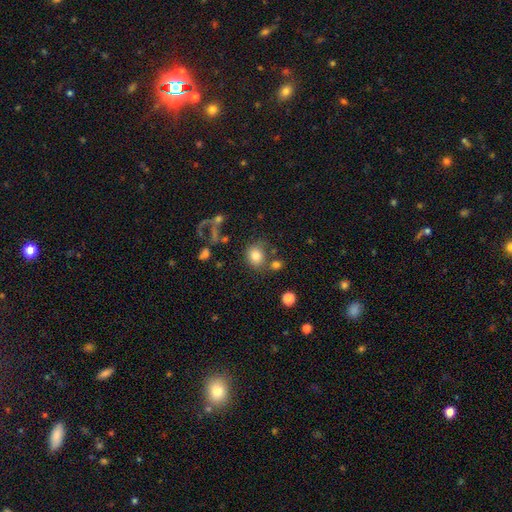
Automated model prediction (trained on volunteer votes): Morphology: type=smooth (80%); roundness=round (71%); merging=none (61%).